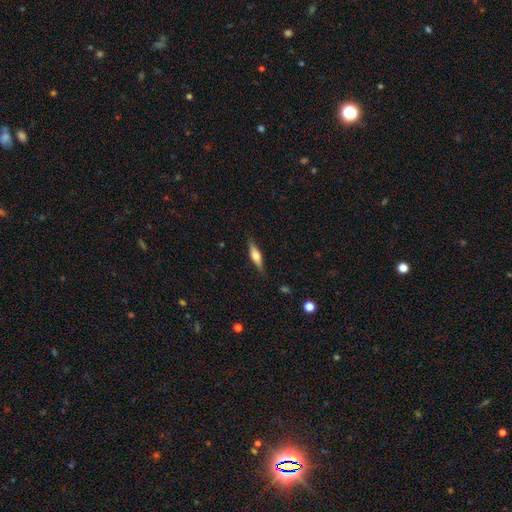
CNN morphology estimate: This appears to be a smooth galaxy with no disk features (52%) that is cigar-shaped (70%). Merging: none (84%).